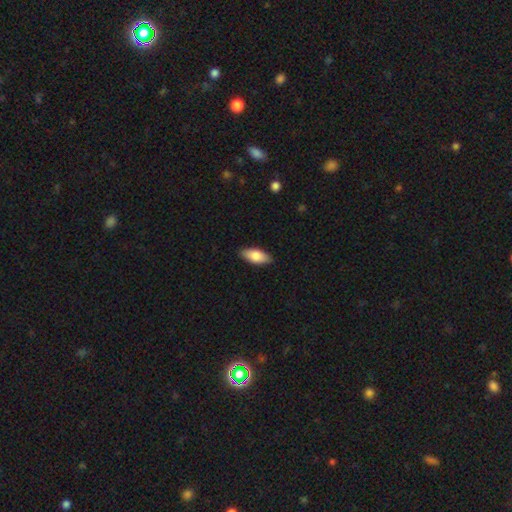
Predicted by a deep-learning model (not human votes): smooth 80%, featured or disk 14%, star or artifact 6%. Down the decision tree: how rounded — in between (86%); merging — none (88%).